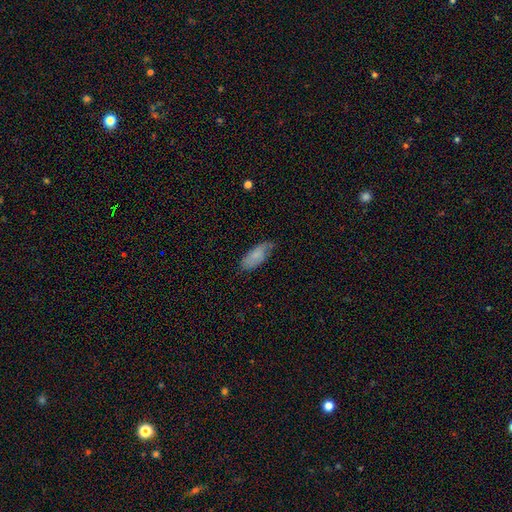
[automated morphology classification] Smooth or featured?
  - smooth: 77% *
  - featured or disk: 16%
  - star or artifact: 6%
How rounded?
  - in between: 83% *
  - cigar-shaped: 16%
  - round: 2%
Merging?
  - none: 64% *
  - minor disturbance: 29%
  - major disturbance: 6%
  - merger: 2%